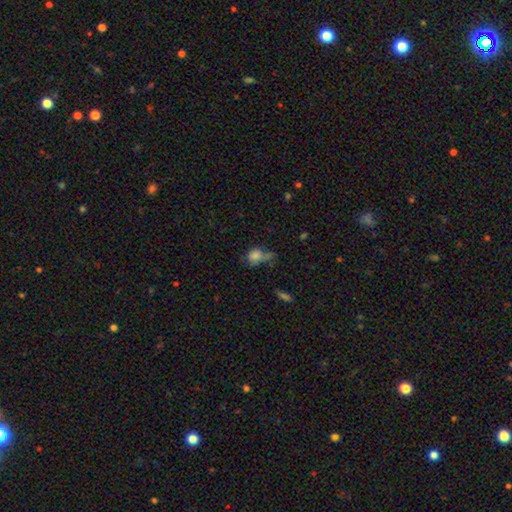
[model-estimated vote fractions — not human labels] Smooth or featured? Predicted: smooth (p=0.77). How rounded? Predicted: round (p=0.53). Merging? Predicted: none (p=0.38).